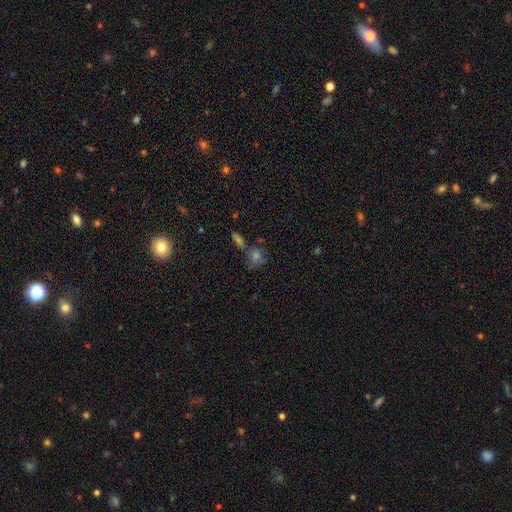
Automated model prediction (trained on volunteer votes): Smooth or featured? smooth (52%)
How rounded? round (74%)
Merging? none (55%)